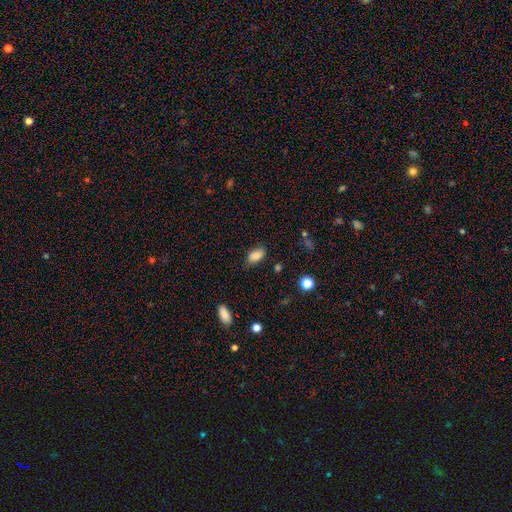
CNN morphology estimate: type=smooth (86%); roundness=in between (92%); merging=none (79%).